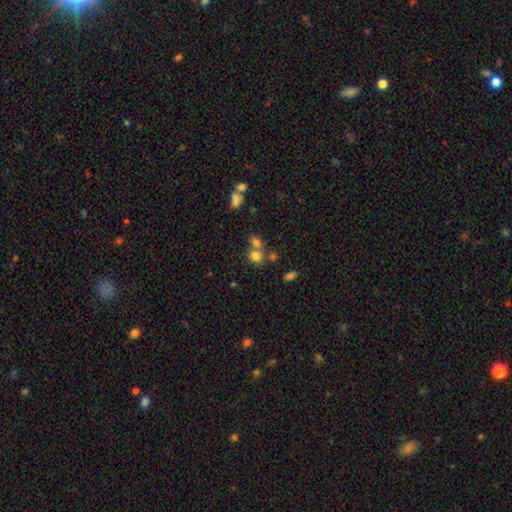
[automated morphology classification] Q: Smooth or featured?
A: smooth (75%); runner-up: star or artifact (15%)
Q: How rounded?
A: round (74%); runner-up: in between (24%)
Q: Merging?
A: none (46%); runner-up: merger (41%)